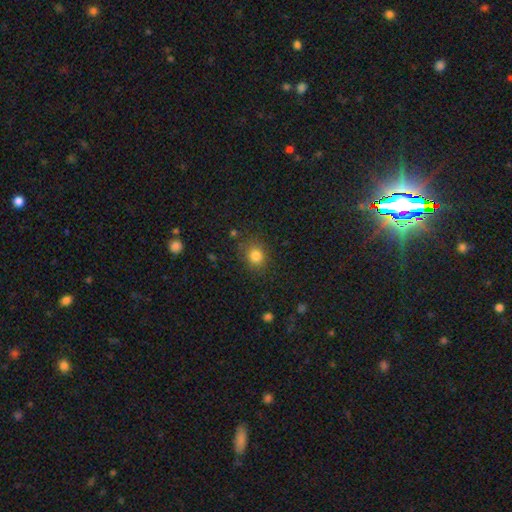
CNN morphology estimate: Overall: smooth (81%). How rounded: round (66%; in between 33%). Merging: none (81%).